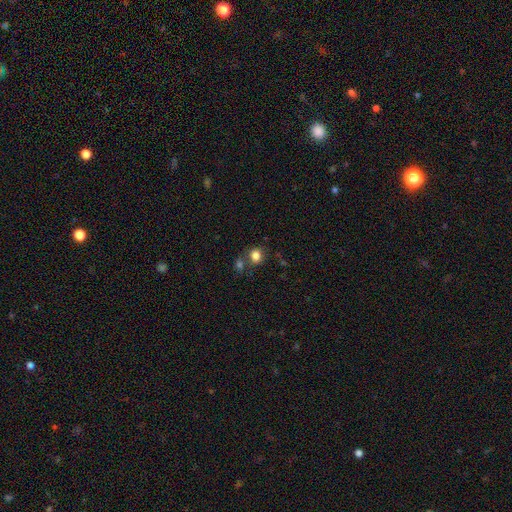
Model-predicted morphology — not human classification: The model was most divided on "how rounded": round: 67%, in between: 32%, cigar-shaped: 1%. More confident: smooth or featured — smooth (82%); merging — none (61%).